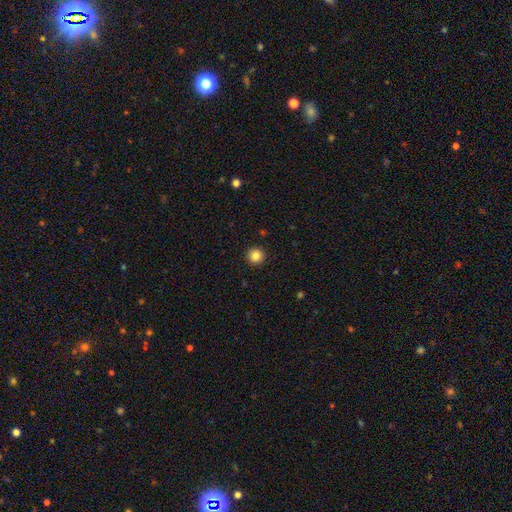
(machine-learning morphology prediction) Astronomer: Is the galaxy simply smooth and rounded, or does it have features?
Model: smooth — 85%.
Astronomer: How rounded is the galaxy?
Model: round — 95%.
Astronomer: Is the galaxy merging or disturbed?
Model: none — 93%.